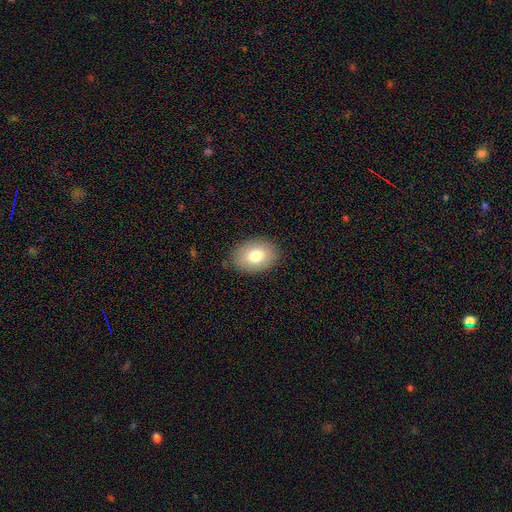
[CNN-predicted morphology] Smooth or featured? smooth (77%)
How rounded? in between (79%)
Merging? none (86%)